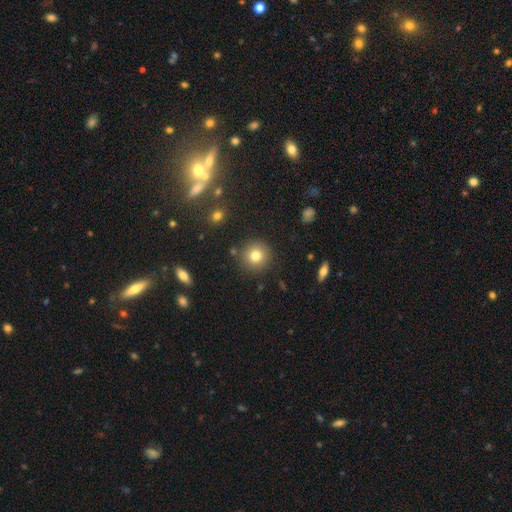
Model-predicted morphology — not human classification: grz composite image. It shows a smooth galaxy with no disk features (78%) that is round (93%). Merging: none (87%).